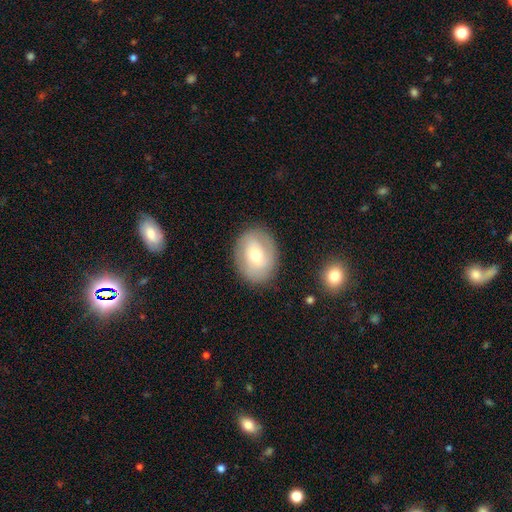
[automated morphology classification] smooth-or-featured: smooth: 52% | featured or disk: 40% | star or artifact: 8%
  how-rounded: in between: 58% | round: 41% | cigar-shaped: 1%
  merging: none: 84% | minor disturbance: 11% | major disturbance: 4% | merger: 1%